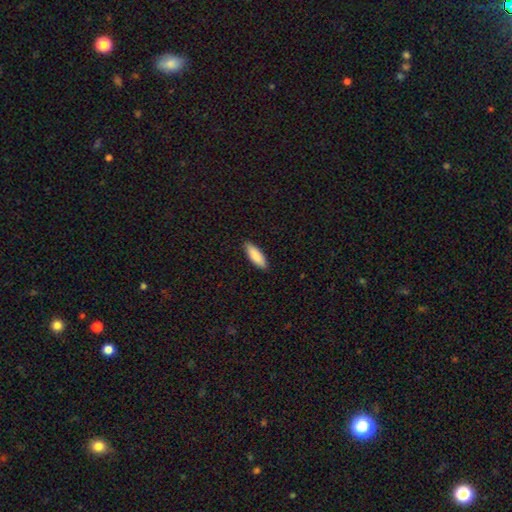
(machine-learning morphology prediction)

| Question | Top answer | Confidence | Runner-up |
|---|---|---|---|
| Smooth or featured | smooth | 89% | featured or disk (6%) |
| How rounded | in between | 63% | cigar-shaped (35%) |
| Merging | none | 89% | minor disturbance (9%) |